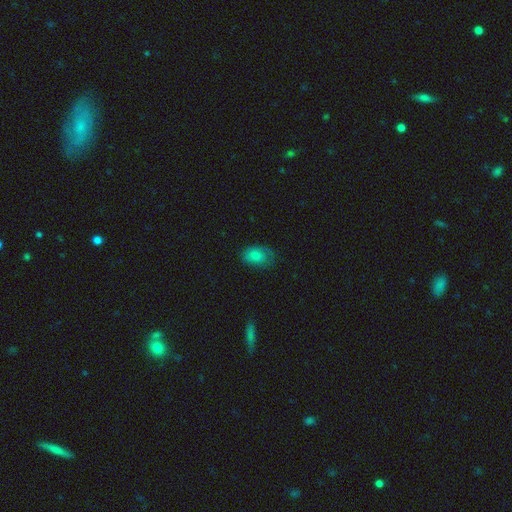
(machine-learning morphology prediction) This appears to be a smooth galaxy with no disk features (79%) that is in between round and cigar-shaped (84%). Merging: none (62%).